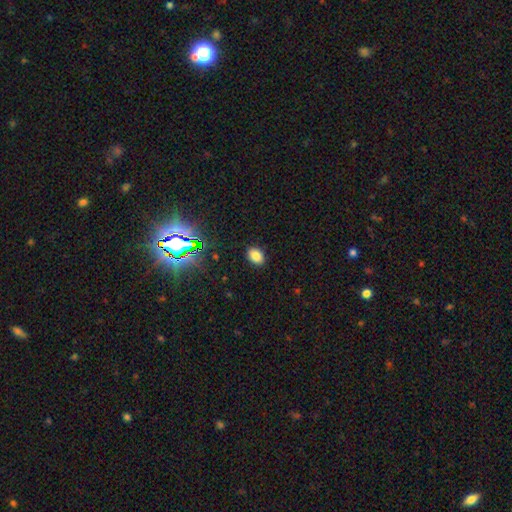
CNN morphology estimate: smooth_or_featured: smooth (p=0.79) [alt: star or artifact p=0.16]
how_rounded: in between (p=0.81) [alt: round p=0.18]
merging: none (p=0.89) [alt: minor disturbance p=0.08]